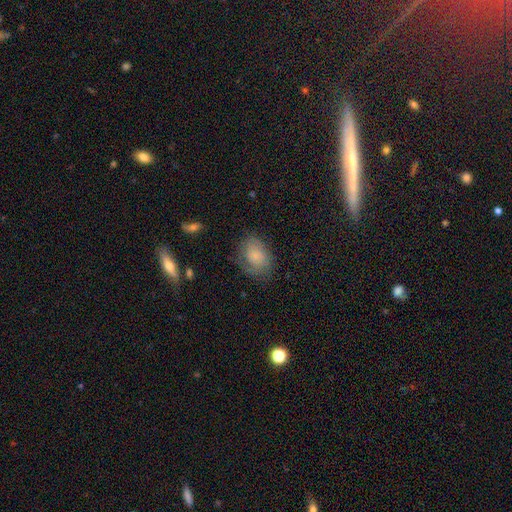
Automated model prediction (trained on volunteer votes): Morphology: type=smooth (68%); roundness=in between (67%); merging=none (60%).